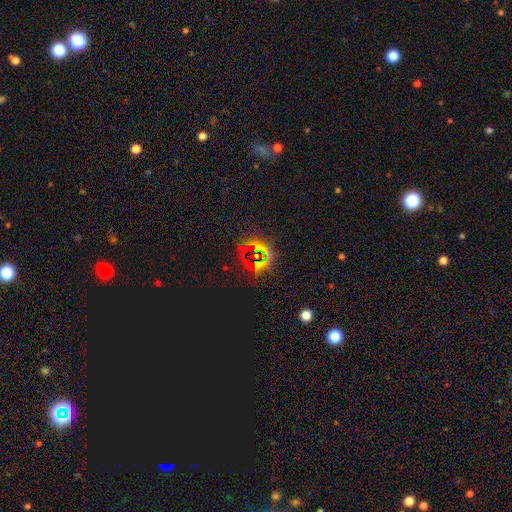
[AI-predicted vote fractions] Morphology: type=star or artifact (75%).